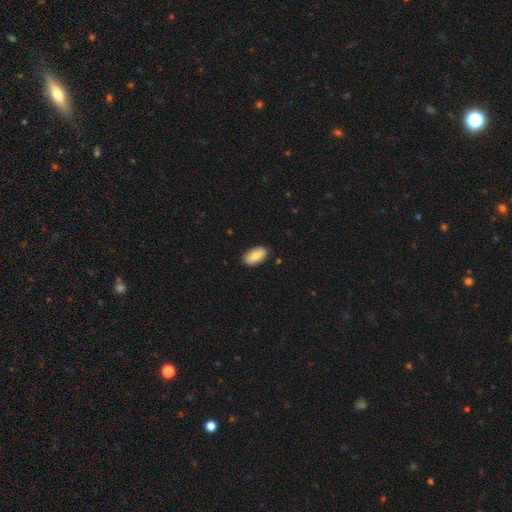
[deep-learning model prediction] smooth_or_featured: smooth (p=0.81) [alt: featured or disk p=0.13]
how_rounded: in between (p=0.94) [alt: cigar-shaped p=0.03]
merging: none (p=0.88) [alt: minor disturbance p=0.09]